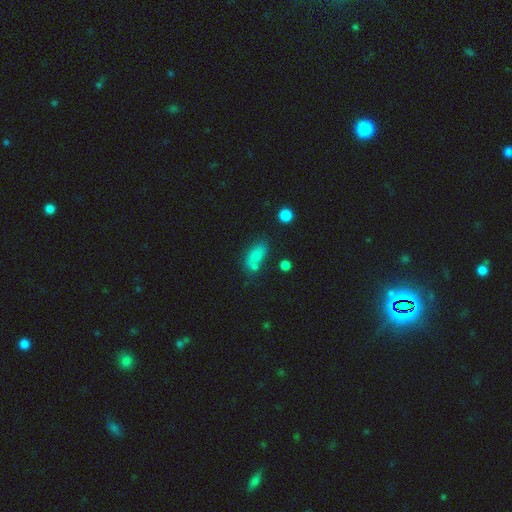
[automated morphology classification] Smooth or featured: smooth — 70% (featured or disk — 18%)
How rounded: in between — 82% (round — 10%)
Merging: none — 45% (merger — 28%)